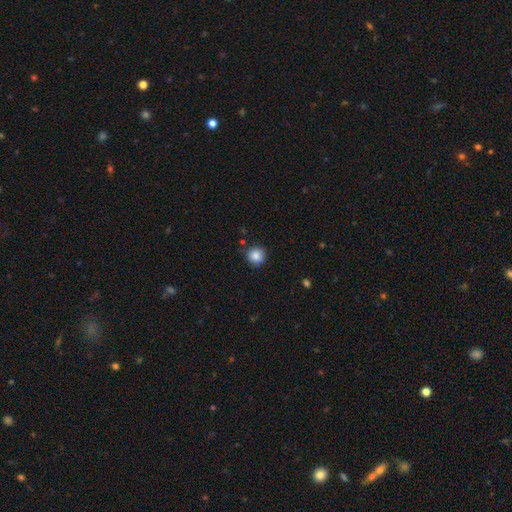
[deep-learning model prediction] Smooth or featured?
  - smooth: 86% *
  - star or artifact: 10%
  - featured or disk: 4%
How rounded?
  - round: 92% *
  - in between: 7%
  - cigar-shaped: 1%
Merging?
  - none: 81% *
  - minor disturbance: 14%
  - major disturbance: 3%
  - merger: 2%